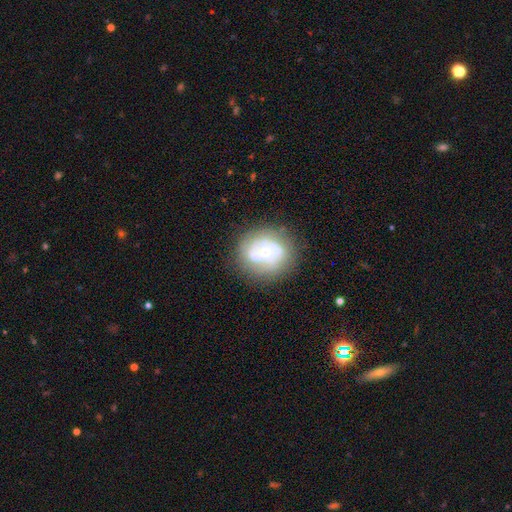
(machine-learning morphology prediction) Overall: featured or disk (67%). Edge-on disk: no (98%). Bar: no (80%). Spiral arms: yes (58%; no 42%). Bulge size: small (60%; moderate 32%). Merging: none (65%).